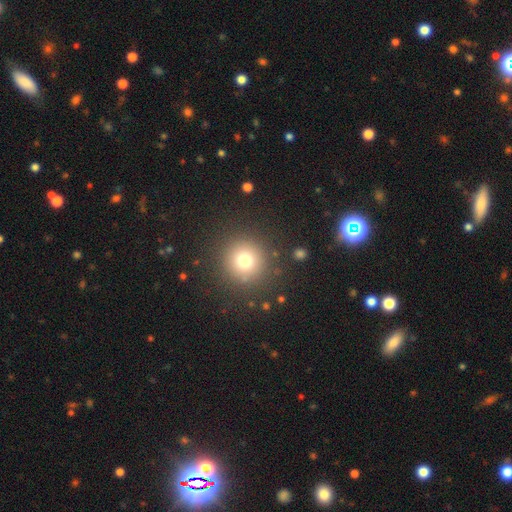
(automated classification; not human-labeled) smooth_or_featured: smooth (p=0.67) [alt: star or artifact p=0.25]
how_rounded: round (p=0.95) [alt: in between p=0.04]
merging: none (p=0.90) [alt: minor disturbance p=0.05]